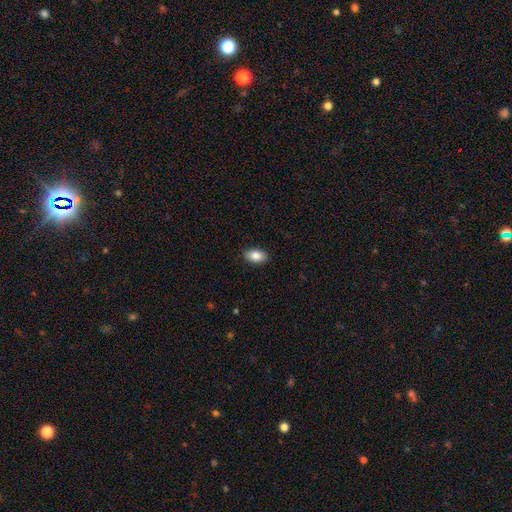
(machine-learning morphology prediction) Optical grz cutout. It shows a smooth galaxy with no disk features (86%) that is in between round and cigar-shaped (92%). Merging: none (89%).